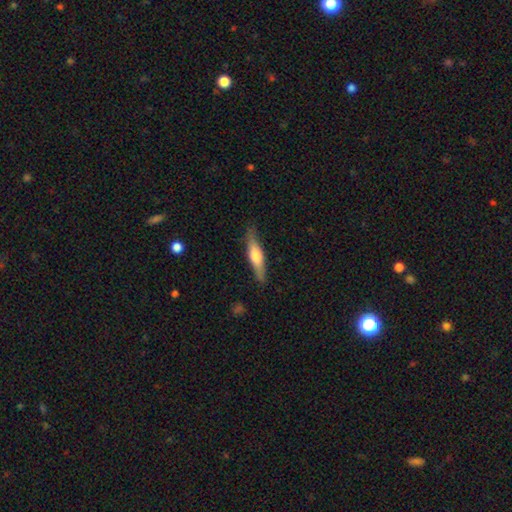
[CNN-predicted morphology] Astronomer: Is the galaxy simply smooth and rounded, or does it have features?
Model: smooth — 48% (runner-up: featured or disk, 47%).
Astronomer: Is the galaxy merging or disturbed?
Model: none — 84%.